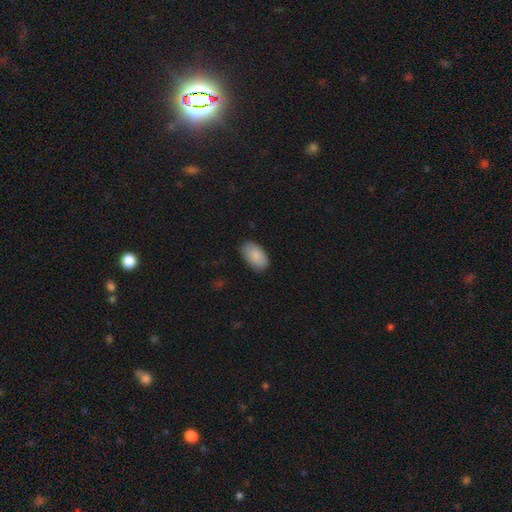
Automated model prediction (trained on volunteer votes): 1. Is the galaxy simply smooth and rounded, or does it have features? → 88% smooth, 6% star or artifact, 6% featured or disk.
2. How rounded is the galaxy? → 95% in between, 4% round, 2% cigar-shaped.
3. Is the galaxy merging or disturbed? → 83% none, 13% minor disturbance, 2% major disturbance, 1% merger.